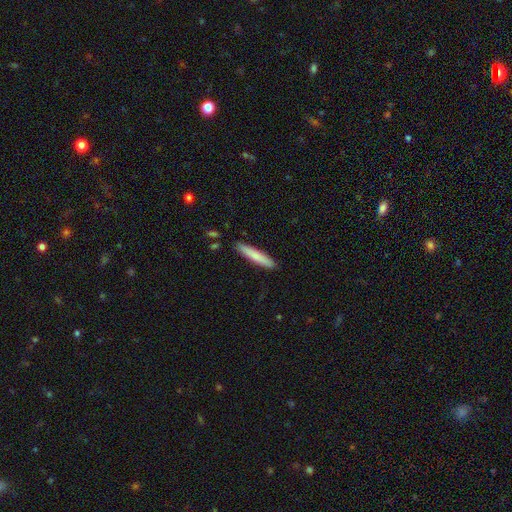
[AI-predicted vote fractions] The model was most divided on "smooth or featured": smooth: 76%, featured or disk: 18%, star or artifact: 5%. More confident: how rounded — cigar-shaped (93%); merging — none (90%).